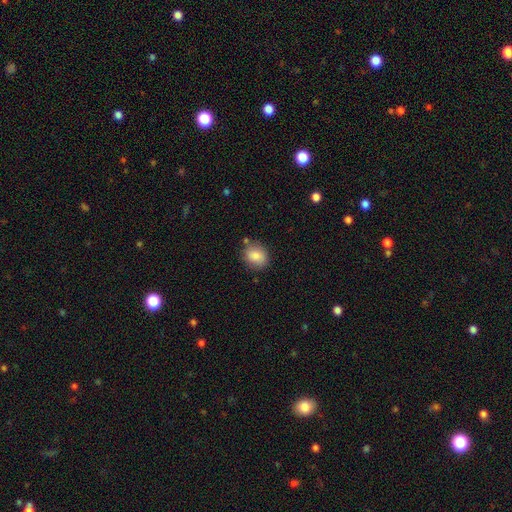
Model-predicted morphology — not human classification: Smooth or featured? Predicted: smooth (p=0.83). How rounded? Predicted: round (p=0.58). Merging? Predicted: none (p=0.77).